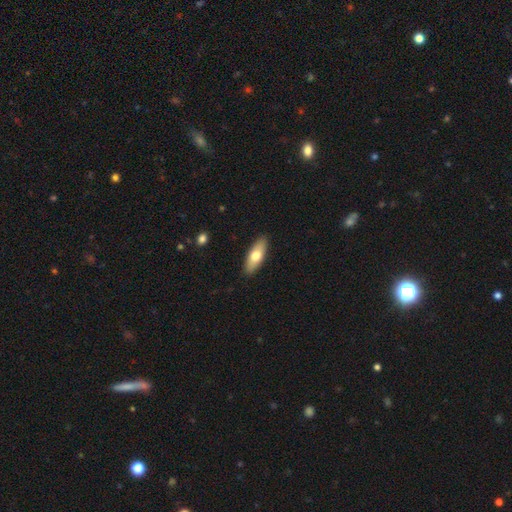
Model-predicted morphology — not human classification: Q: Smooth or featured?
A: smooth (68%); runner-up: featured or disk (26%)
Q: How rounded?
A: in between (65%); runner-up: cigar-shaped (32%)
Q: Merging?
A: none (89%); runner-up: minor disturbance (8%)